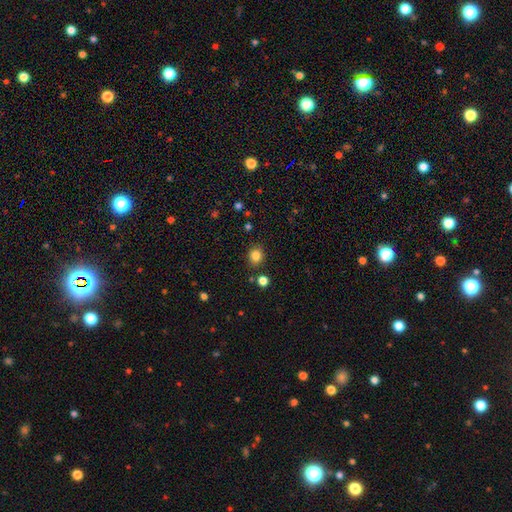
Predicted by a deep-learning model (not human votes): Smooth or featured?
  - smooth: 83% *
  - star or artifact: 12%
  - featured or disk: 5%
How rounded?
  - round: 73% *
  - in between: 26%
  - cigar-shaped: 1%
Merging?
  - none: 84% *
  - minor disturbance: 9%
  - merger: 4%
  - major disturbance: 3%